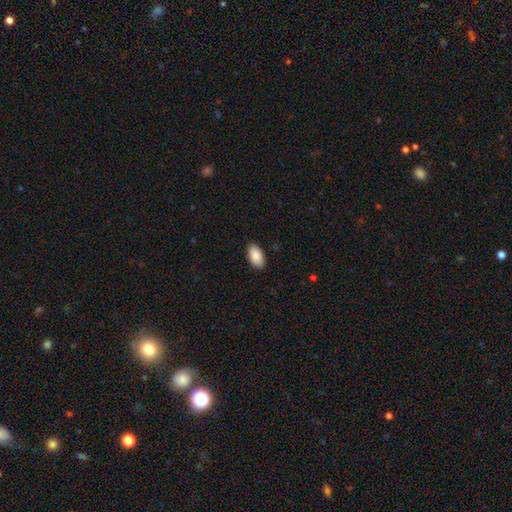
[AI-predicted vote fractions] smooth 89%, star or artifact 6%, featured or disk 5%. Down the decision tree: how rounded — in between (96%); merging — none (89%).